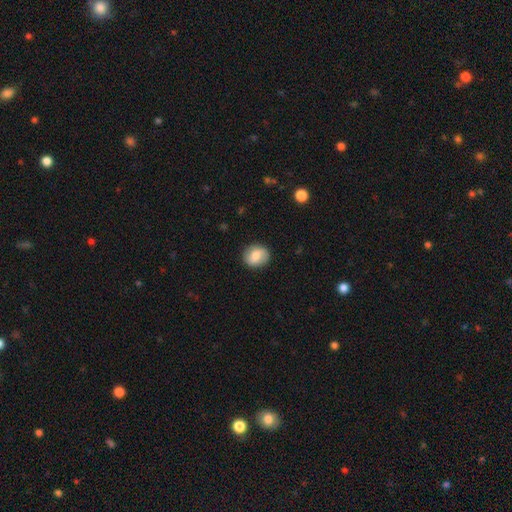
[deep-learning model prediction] Smooth or featured? smooth (66%)
How rounded? round (72%)
Merging? none (87%)